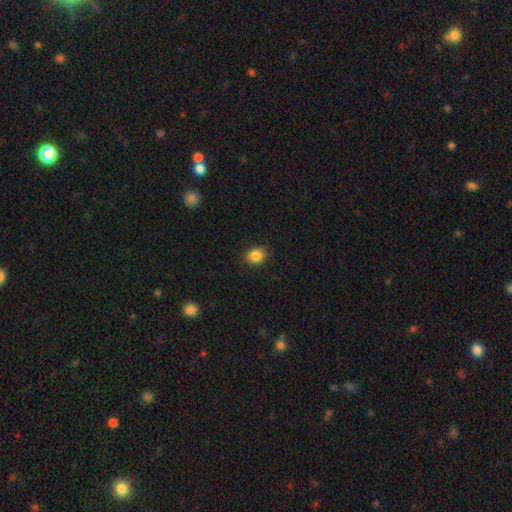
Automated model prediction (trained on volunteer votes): Q: Smooth or featured?
A: smooth (86%); runner-up: star or artifact (10%)
Q: How rounded?
A: round (69%); runner-up: in between (31%)
Q: Merging?
A: none (88%); runner-up: minor disturbance (8%)